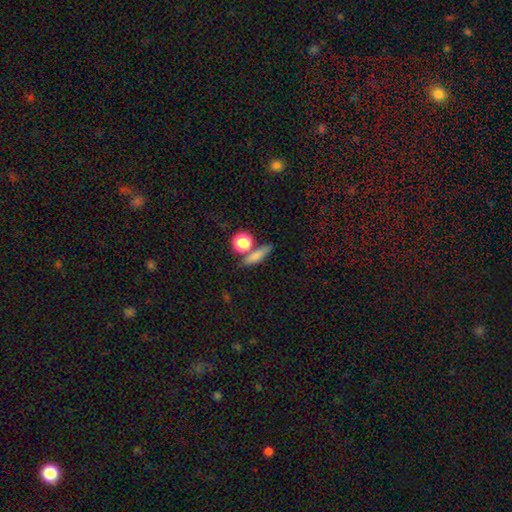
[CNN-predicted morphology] type=smooth (75%); roundness=cigar-shaped (45%); merging=none (67%).